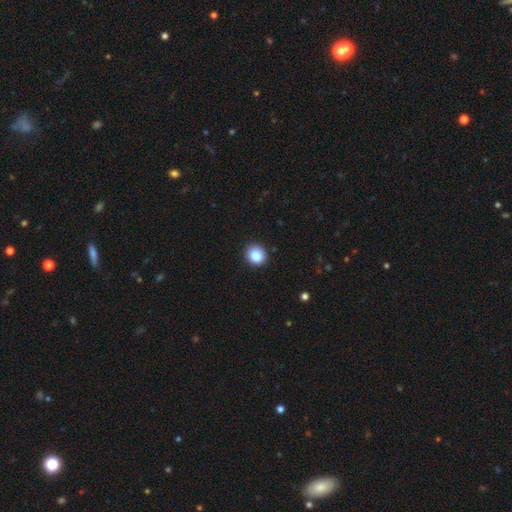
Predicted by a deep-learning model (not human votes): Smooth or featured?
  - smooth: 86% *
  - star or artifact: 10%
  - featured or disk: 4%
How rounded?
  - round: 80% *
  - in between: 19%
  - cigar-shaped: 1%
Merging?
  - none: 91% *
  - minor disturbance: 7%
  - major disturbance: 2%
  - merger: 1%